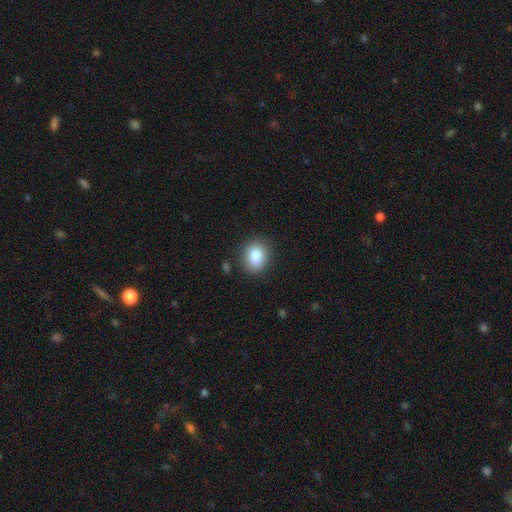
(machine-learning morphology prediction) Overall: smooth (84%). How rounded: round (52%; in between 47%). Merging: none (86%).